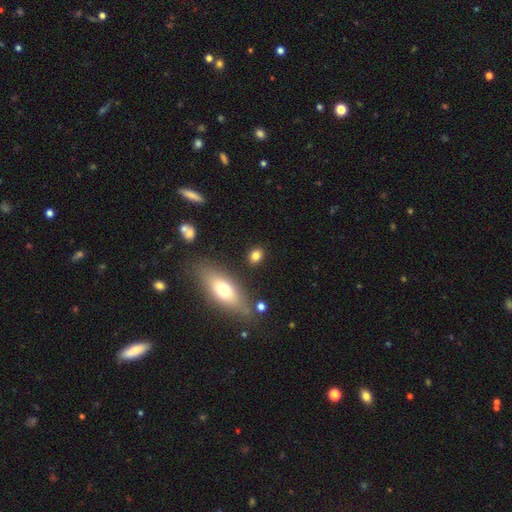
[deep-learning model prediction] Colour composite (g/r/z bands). It shows a smooth galaxy with no disk features (81%) that is round (51%). Merging: none (84%).